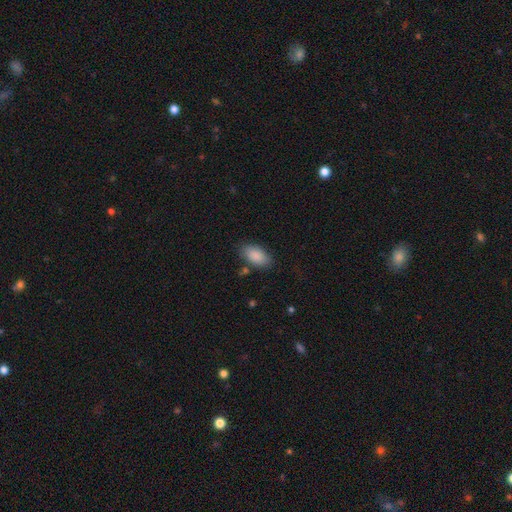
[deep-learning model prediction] smooth-or-featured: smooth: 89% | star or artifact: 7% | featured or disk: 5%
  how-rounded: in between: 93% | round: 4% | cigar-shaped: 3%
  merging: none: 80% | minor disturbance: 14% | major disturbance: 4% | merger: 3%